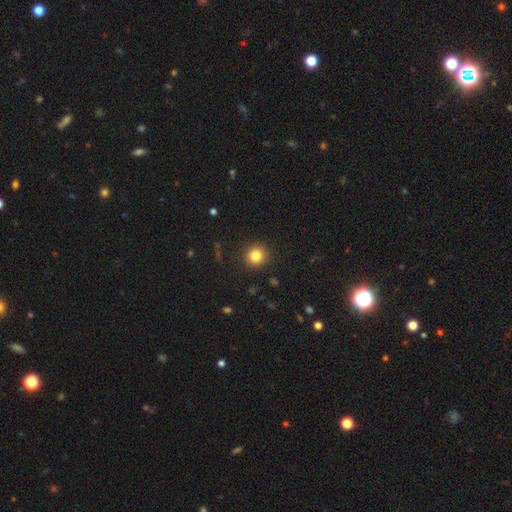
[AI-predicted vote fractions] Overall: smooth (83%). How rounded: round (91%). Merging: none (91%).